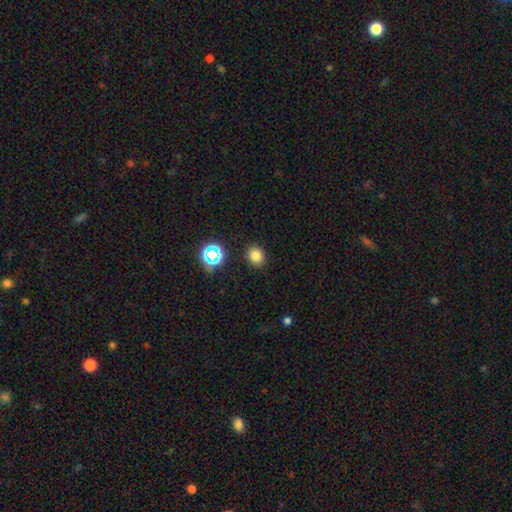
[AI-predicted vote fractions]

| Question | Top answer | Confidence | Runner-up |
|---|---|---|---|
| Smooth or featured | smooth | 77% | star or artifact (17%) |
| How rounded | round | 65% | in between (34%) |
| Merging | none | 88% | minor disturbance (8%) |